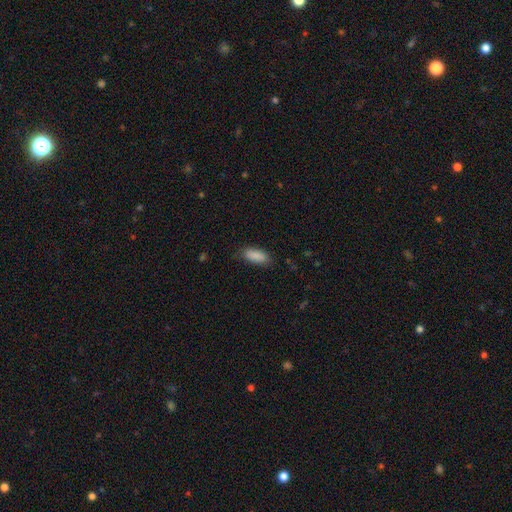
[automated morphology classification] This appears to be a smooth galaxy with no disk features (89%) that is in between round and cigar-shaped (81%). Merging: none (81%).